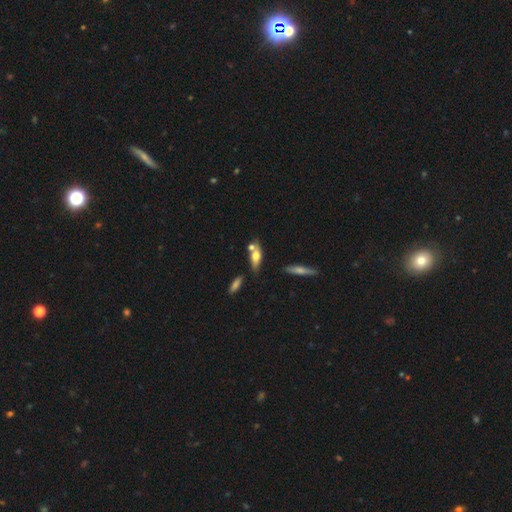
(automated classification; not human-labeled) smooth-or-featured: smooth: 59% | featured or disk: 33% | star or artifact: 8%
  how-rounded: in between: 59% | cigar-shaped: 35% | round: 5%
  merging: none: 52% | merger: 29% | minor disturbance: 14% | major disturbance: 5%